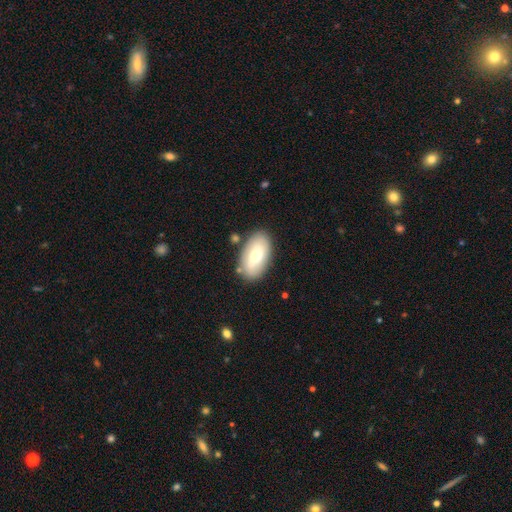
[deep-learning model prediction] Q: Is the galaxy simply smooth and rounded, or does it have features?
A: smooth — 65%.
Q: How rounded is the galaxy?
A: in between — 94%.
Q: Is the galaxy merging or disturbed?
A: none — 80%.